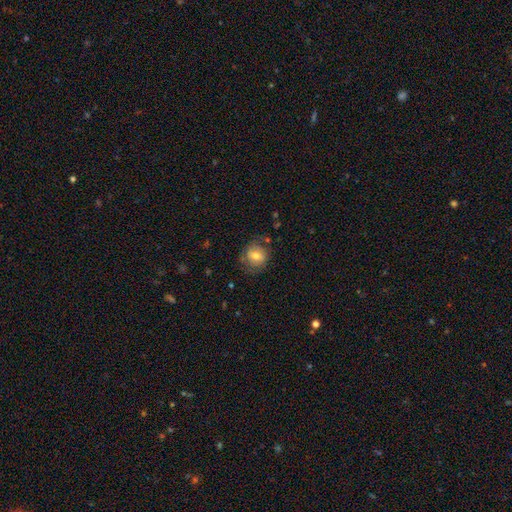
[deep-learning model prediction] Morphology: type=smooth (67%); roundness=round (72%); merging=none (69%).